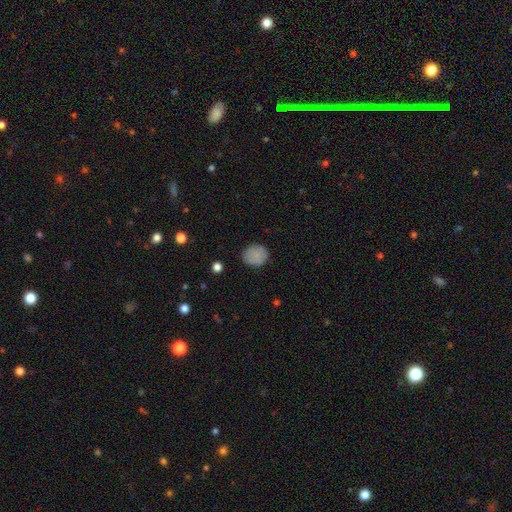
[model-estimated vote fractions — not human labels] Smooth or featured? smooth (84%)
How rounded? round (78%)
Merging? none (83%)